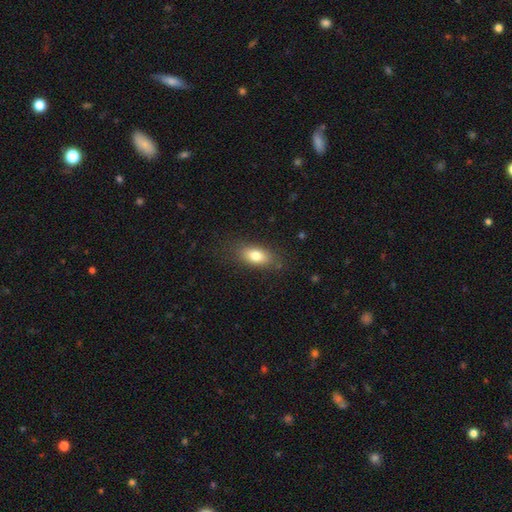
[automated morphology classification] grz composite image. It shows a smooth galaxy with no disk features (79%) that is in between round and cigar-shaped (85%). Merging: none (79%).